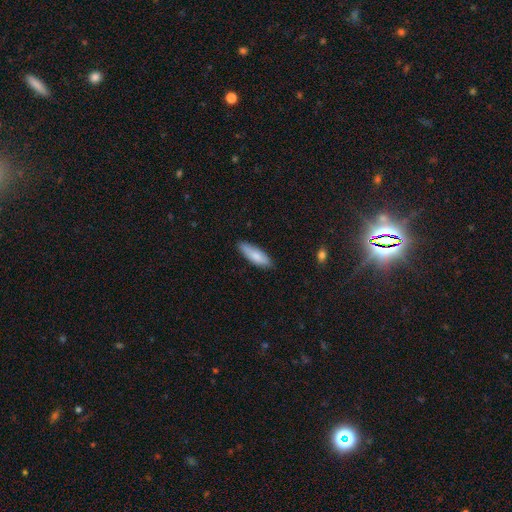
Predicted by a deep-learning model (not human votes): Morphology: type=smooth (79%); roundness=in between (53%); merging=none (81%).